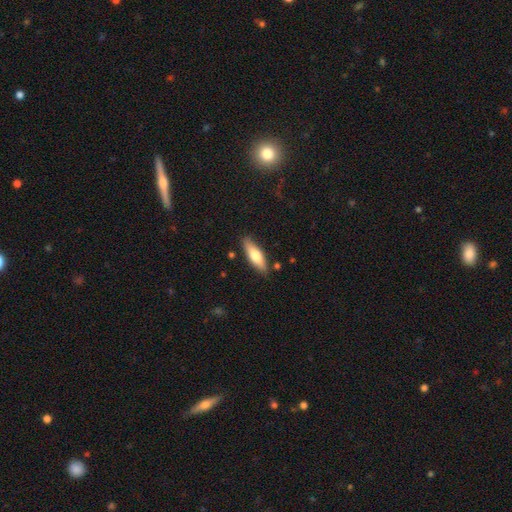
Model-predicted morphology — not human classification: This is likely a smooth galaxy (66%). How rounded: possibly cigar-shaped (52%). Merging: clearly none (84%).